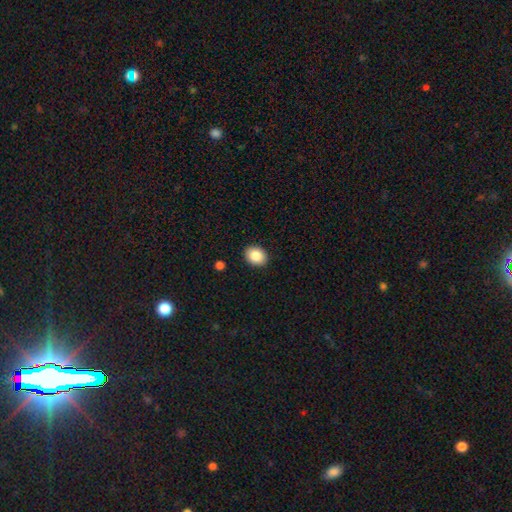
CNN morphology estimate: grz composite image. It shows a smooth galaxy with no disk features (86%) that is in between round and cigar-shaped (53%). Merging: none (90%).